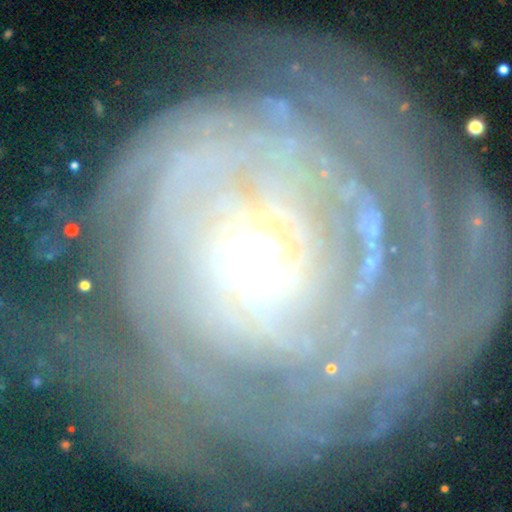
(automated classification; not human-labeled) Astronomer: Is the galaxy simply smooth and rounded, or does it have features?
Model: featured or disk — 77%.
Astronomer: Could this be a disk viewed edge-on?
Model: no — 96%.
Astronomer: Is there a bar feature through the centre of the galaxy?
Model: no — 76%.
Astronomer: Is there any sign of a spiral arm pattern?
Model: yes — 74%.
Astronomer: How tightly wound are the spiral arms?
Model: tight — 69%.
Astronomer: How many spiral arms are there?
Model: can't tell — 52%.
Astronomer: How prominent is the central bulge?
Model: moderate — 58%.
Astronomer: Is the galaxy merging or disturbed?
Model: major disturbance — 60%.